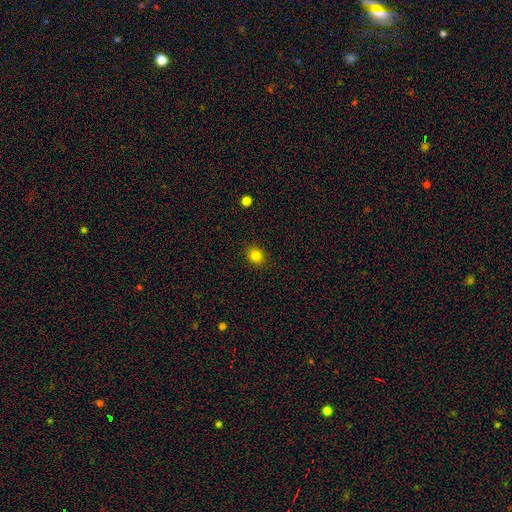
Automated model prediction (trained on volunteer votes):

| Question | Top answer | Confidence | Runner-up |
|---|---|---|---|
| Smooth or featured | smooth | 83% | star or artifact (12%) |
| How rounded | round | 69% | in between (30%) |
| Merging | none | 90% | minor disturbance (7%) |